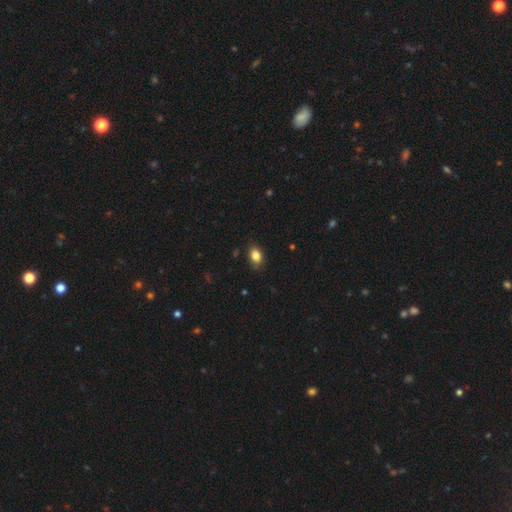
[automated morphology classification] smooth-or-featured: smooth: 85% | star or artifact: 9% | featured or disk: 6%
  how-rounded: in between: 80% | round: 19% | cigar-shaped: 1%
  merging: none: 82% | minor disturbance: 14% | major disturbance: 3% | merger: 1%